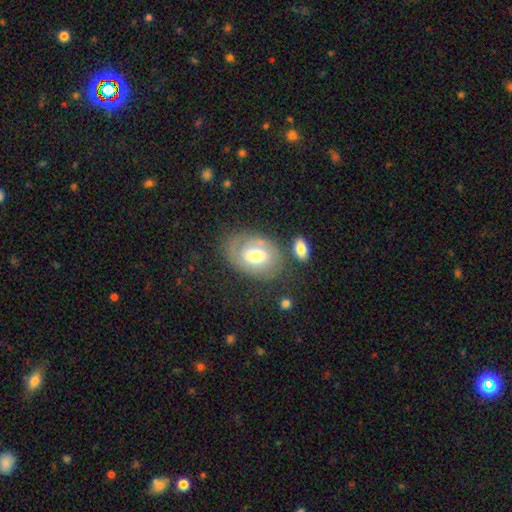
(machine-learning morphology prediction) featured or disk 57%, smooth 36%, star or artifact 7%. Down the decision tree: edge-on disk — no (95%); bar — no (50%); spiral arms — yes (70%); bulge size — moderate (67%); merging — none (60%).